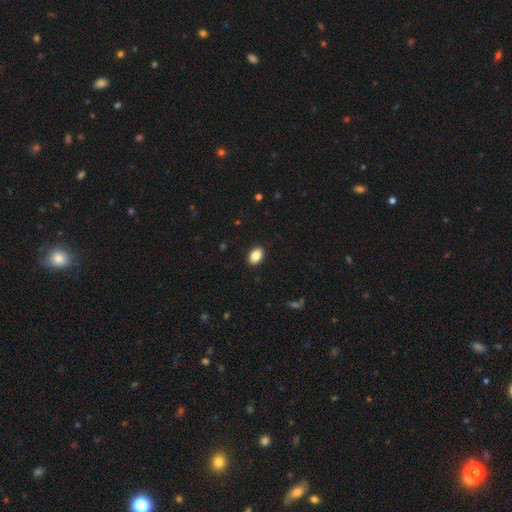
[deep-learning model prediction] smooth_or_featured: smooth (p=0.86) [alt: star or artifact p=0.08]
how_rounded: in between (p=0.87) [alt: round p=0.12]
merging: none (p=0.90) [alt: minor disturbance p=0.07]